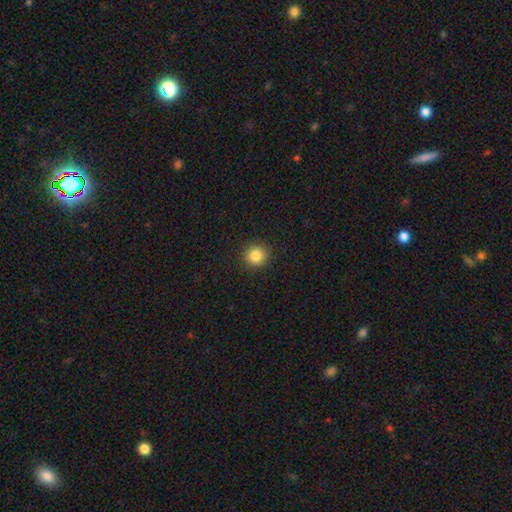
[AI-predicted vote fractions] A smooth galaxy with no disk features (85%) that is round (93%).

Vote fractions:
- Smooth or featured? smooth: 85% / star or artifact: 11% / featured or disk: 4%
- How rounded? round: 93% / in between: 6% / cigar-shaped: 1%
- Merging? none: 92% / minor disturbance: 5% / major disturbance: 2% / merger: 1%